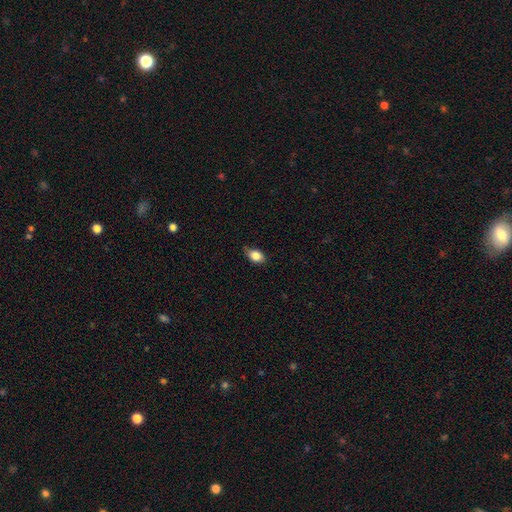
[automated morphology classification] Q: Smooth or featured?
A: smooth (84%); runner-up: star or artifact (8%)
Q: How rounded?
A: in between (82%); runner-up: round (15%)
Q: Merging?
A: none (74%); runner-up: minor disturbance (21%)